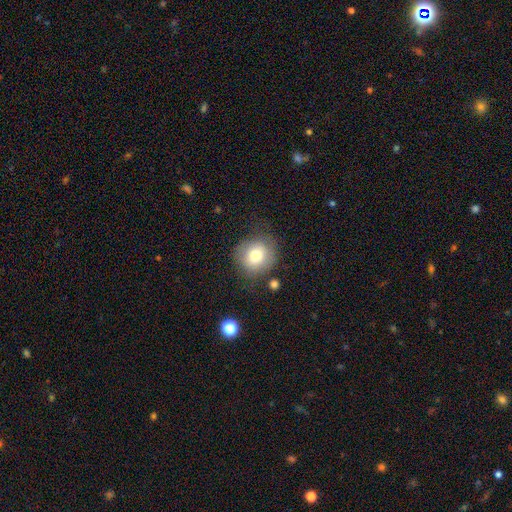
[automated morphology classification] Smooth or featured?
  - smooth: 76% *
  - featured or disk: 15%
  - star or artifact: 9%
How rounded?
  - round: 85% *
  - in between: 14%
  - cigar-shaped: 1%
Merging?
  - none: 72% *
  - minor disturbance: 18%
  - major disturbance: 7%
  - merger: 3%